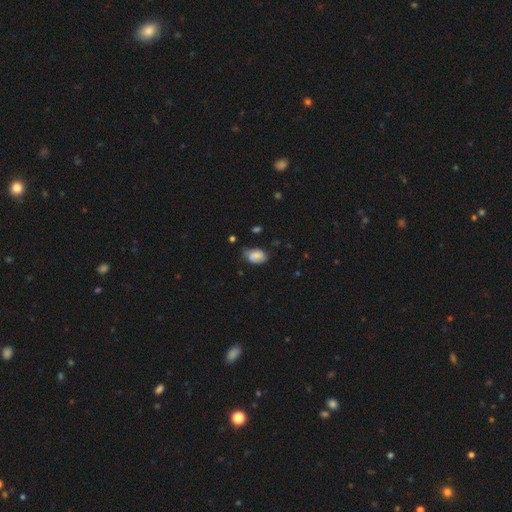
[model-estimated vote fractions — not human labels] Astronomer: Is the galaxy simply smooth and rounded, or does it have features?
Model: smooth — 73%.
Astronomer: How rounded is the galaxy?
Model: in between — 84%.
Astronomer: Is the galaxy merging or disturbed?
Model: none — 57%.